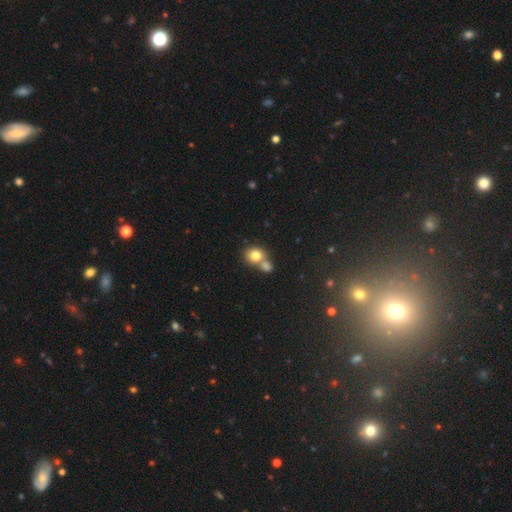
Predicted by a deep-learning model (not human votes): Smooth or featured: smooth — 80% (star or artifact — 10%)
How rounded: round — 72% (in between — 27%)
Merging: merger — 50% (none — 39%)